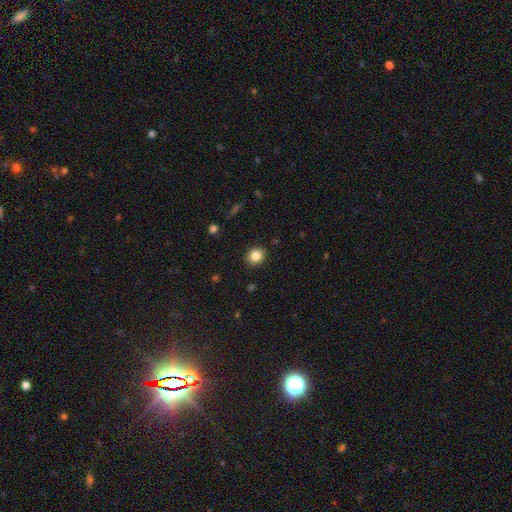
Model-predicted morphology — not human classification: Q: Smooth or featured?
A: smooth (85%); runner-up: star or artifact (10%)
Q: How rounded?
A: round (78%); runner-up: in between (22%)
Q: Merging?
A: none (91%); runner-up: minor disturbance (6%)